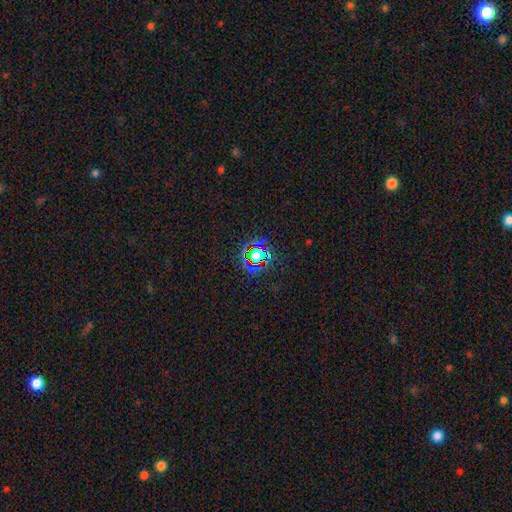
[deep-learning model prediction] star or artifact 67%, smooth 23%, featured or disk 11%.